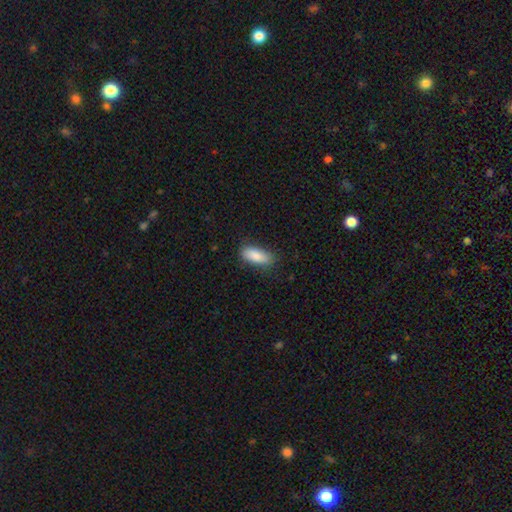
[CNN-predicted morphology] type=smooth (87%); roundness=in between (79%); merging=none (79%).